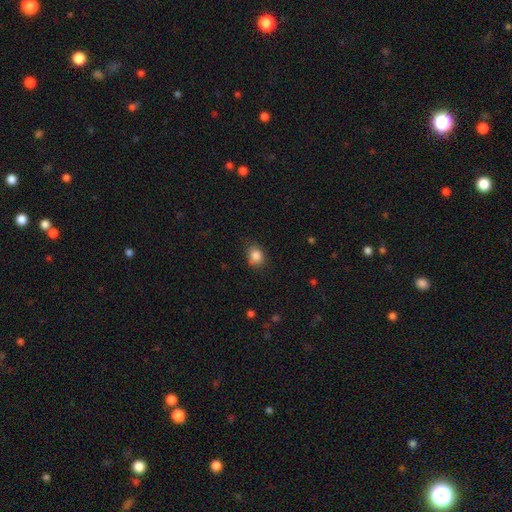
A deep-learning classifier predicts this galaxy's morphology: Q: Smooth or featured?
A: smooth (85%); runner-up: star or artifact (10%)
Q: How rounded?
A: round (60%); runner-up: in between (39%)
Q: Merging?
A: none (70%); runner-up: minor disturbance (23%)